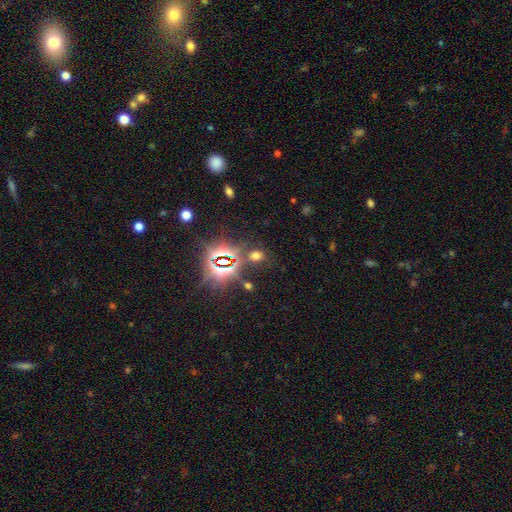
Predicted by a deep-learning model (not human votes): This appears to be a star or artifact, not a galaxy (47%).